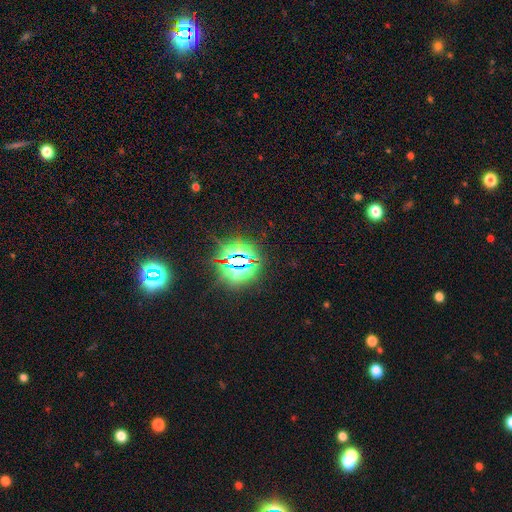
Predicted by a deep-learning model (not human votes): This appears to be a star or artifact, not a galaxy (82%).